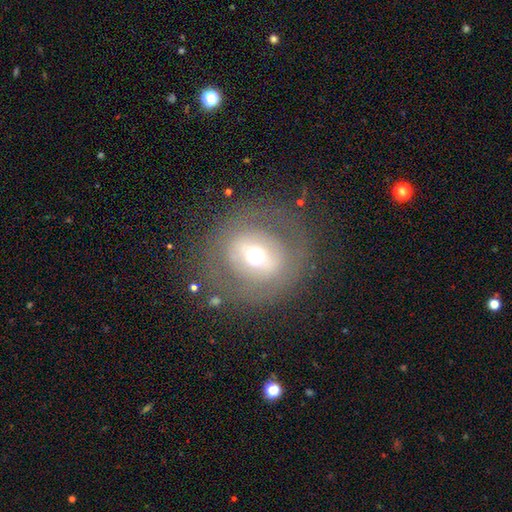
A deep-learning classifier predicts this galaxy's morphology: Smooth or featured?
  - smooth: 46% *
  - featured or disk: 41%
  - star or artifact: 13%
Merging?
  - none: 74% *
  - major disturbance: 13%
  - minor disturbance: 11%
  - merger: 2%